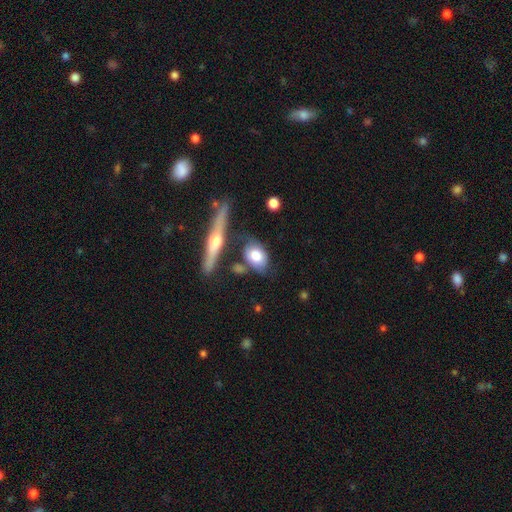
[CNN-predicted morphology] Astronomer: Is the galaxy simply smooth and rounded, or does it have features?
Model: smooth — 69%.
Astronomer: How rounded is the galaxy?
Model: in between — 76%.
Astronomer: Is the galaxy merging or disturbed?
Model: none — 60%.